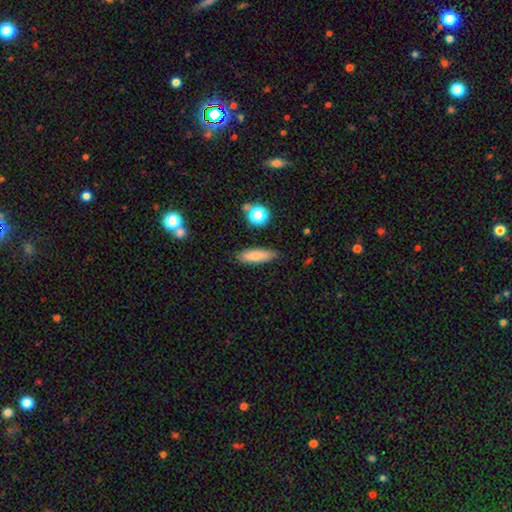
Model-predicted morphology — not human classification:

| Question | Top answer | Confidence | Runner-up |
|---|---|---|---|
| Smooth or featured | smooth | 81% | featured or disk (10%) |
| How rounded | cigar-shaped | 55% | in between (42%) |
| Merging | none | 83% | minor disturbance (12%) |